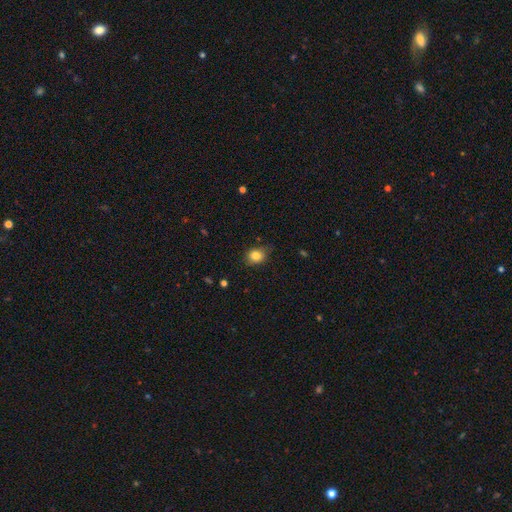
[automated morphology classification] Smooth or featured? smooth (83%)
How rounded? round (54%)
Merging? none (75%)